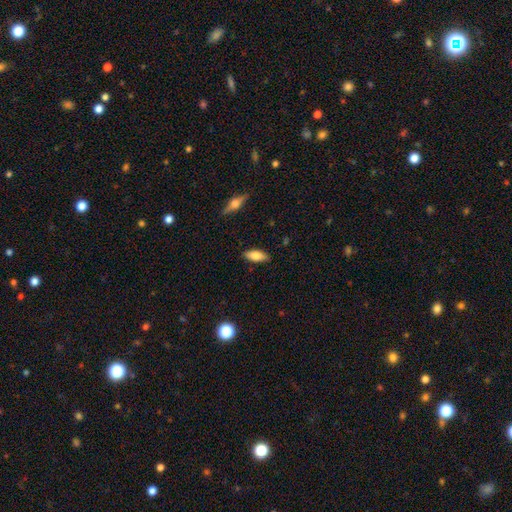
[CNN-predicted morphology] A smooth galaxy with no disk features (74%) that is in between round and cigar-shaped (79%).

Vote fractions:
- Smooth or featured? smooth: 74% / featured or disk: 19% / star or artifact: 7%
- How rounded? in between: 79% / cigar-shaped: 19% / round: 2%
- Merging? none: 85% / minor disturbance: 11% / major disturbance: 2% / merger: 1%